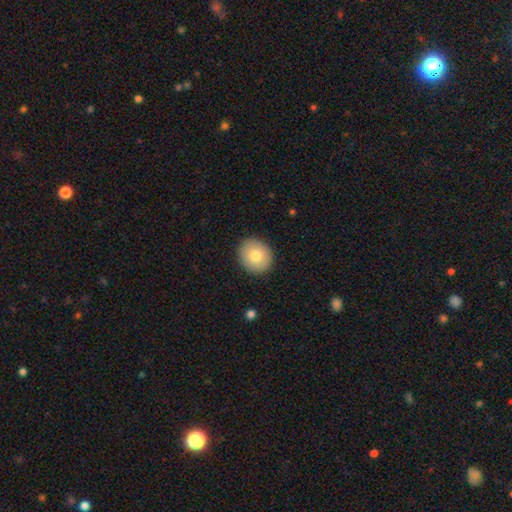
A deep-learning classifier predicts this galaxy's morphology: This appears to be a smooth galaxy with no disk features (78%) that is round (79%). Merging: none (90%).